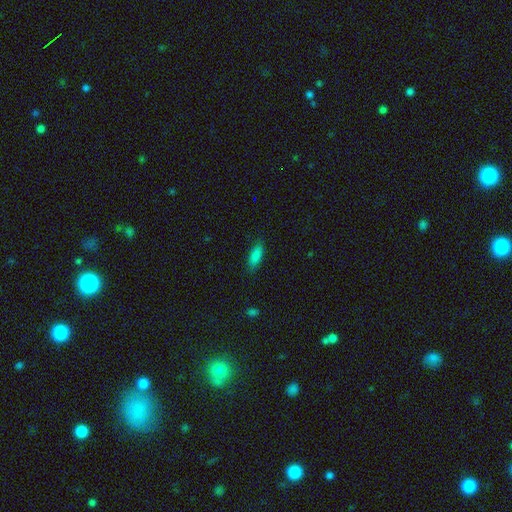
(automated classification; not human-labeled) This appears to be a smooth galaxy with no disk features (86%) that is in between round and cigar-shaped (68%). Merging: none (84%).